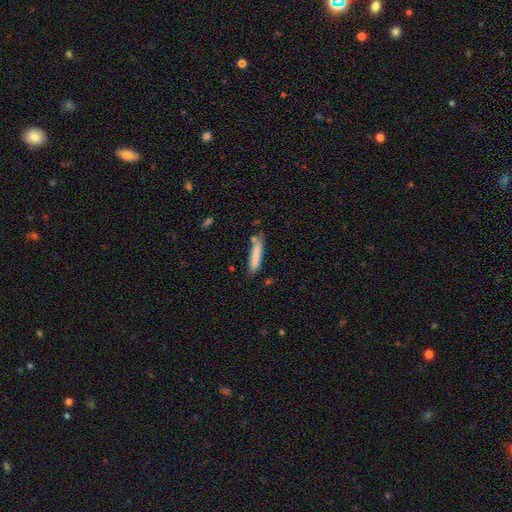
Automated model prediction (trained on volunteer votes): smooth-or-featured: smooth: 81% | featured or disk: 13% | star or artifact: 7%
  how-rounded: cigar-shaped: 88% | in between: 11% | round: 1%
  merging: none: 72% | minor disturbance: 18% | merger: 6% | major disturbance: 4%